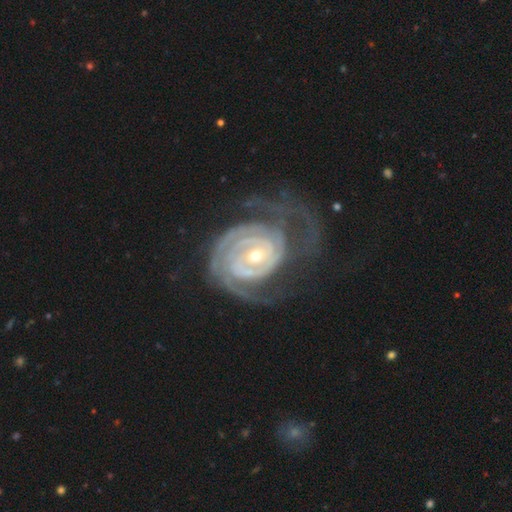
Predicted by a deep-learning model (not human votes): smooth_or_featured: featured or disk (p=0.91) [alt: star or artifact p=0.05]
disk_edge_on: no (p=0.97) [alt: yes p=0.03]
bar: no (p=0.56) [alt: weak p=0.29]
has_spiral_arms: yes (p=0.98) [alt: no p=0.02]
spiral_winding: tight (p=0.78) [alt: medium p=0.18]
spiral_arm_count: 2 (p=0.39) [alt: can't tell p=0.20]
bulge_size: small (p=0.60) [alt: moderate p=0.36]
merging: none (p=0.54) [alt: major disturbance p=0.24]